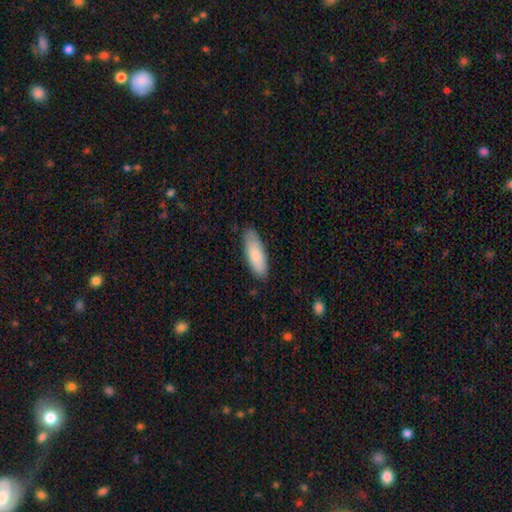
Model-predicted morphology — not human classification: Smooth or featured: smooth — 83% (featured or disk — 12%)
How rounded: in between — 62% (cigar-shaped — 37%)
Merging: none — 84% (minor disturbance — 13%)